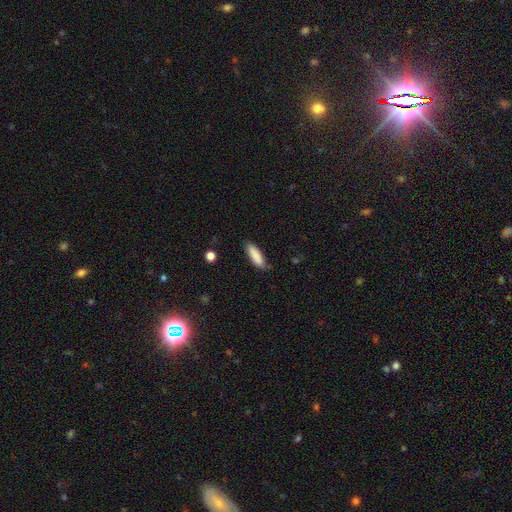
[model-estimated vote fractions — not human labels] smooth_or_featured: smooth (p=0.87) [alt: featured or disk p=0.07]
how_rounded: in between (p=0.51) [alt: cigar-shaped p=0.47]
merging: none (p=0.74) [alt: minor disturbance p=0.21]